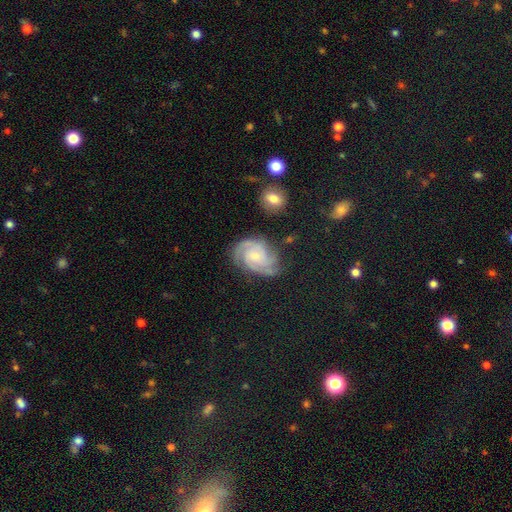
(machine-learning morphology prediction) smooth-or-featured: featured or disk: 86% | smooth: 8% | star or artifact: 6%
  disk-edge-on: no: 98% | yes: 2%
    bar: no: 62% | weak: 33% | strong: 6%
    has-spiral-arms: yes: 98% | no: 2%
      spiral-winding: tight: 61% | medium: 34% | loose: 5%
      spiral-arm-count: 3: 41% | 2: 29% | can't tell: 12% | 4: 8% | 1: 5% | more than 4: 5%
    bulge-size: small: 57% | moderate: 30% | none: 8% | large: 3% | dominant: 1%
  merging: none: 73% | minor disturbance: 18% | major disturbance: 7% | merger: 2%